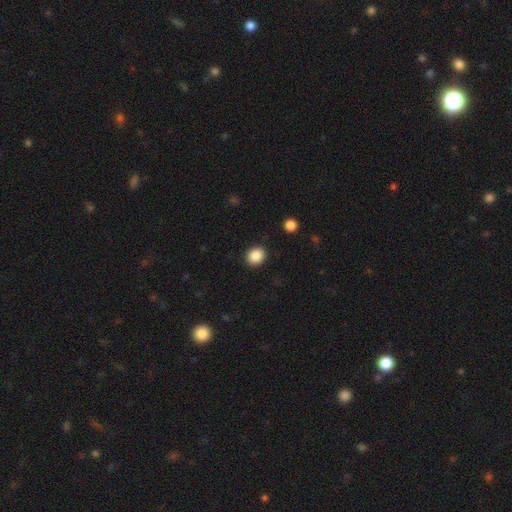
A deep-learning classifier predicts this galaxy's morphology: The model was most divided on "how rounded": round: 62%, in between: 37%, cigar-shaped: 1%. More confident: merging — none (90%); smooth or featured — smooth (87%).